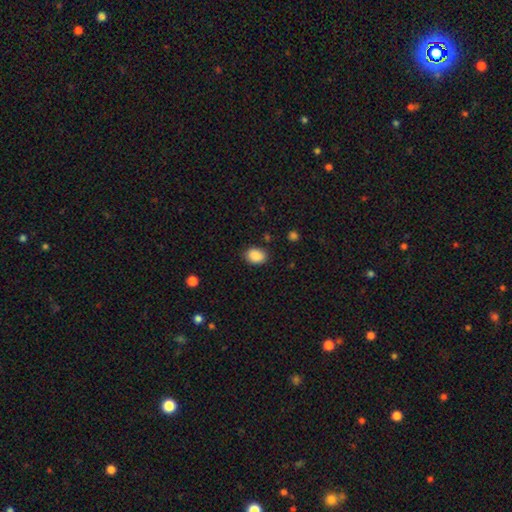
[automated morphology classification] This appears to be a smooth galaxy with no disk features (89%) that is in between round and cigar-shaped (71%). Merging: none (84%).